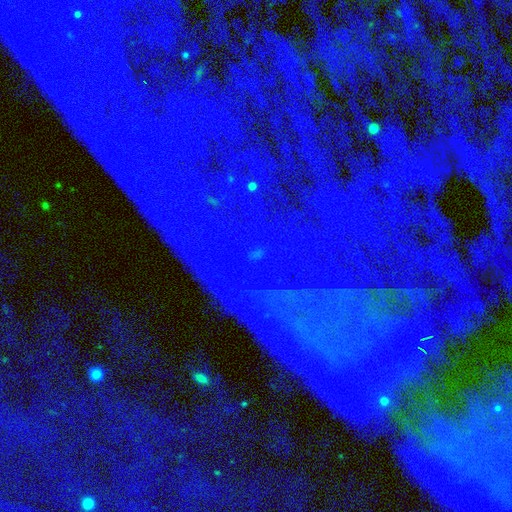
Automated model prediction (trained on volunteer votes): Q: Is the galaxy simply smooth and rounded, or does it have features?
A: star or artifact — 85%.